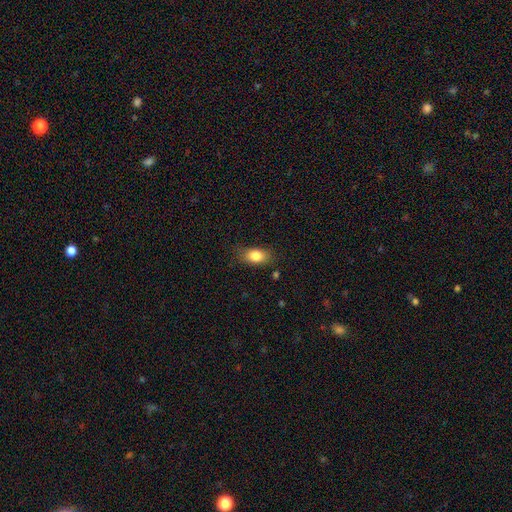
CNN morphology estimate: smooth_or_featured: smooth (p=0.82) [alt: featured or disk p=0.10]
how_rounded: in between (p=0.84) [alt: round p=0.11]
merging: none (p=0.78) [alt: minor disturbance p=0.16]